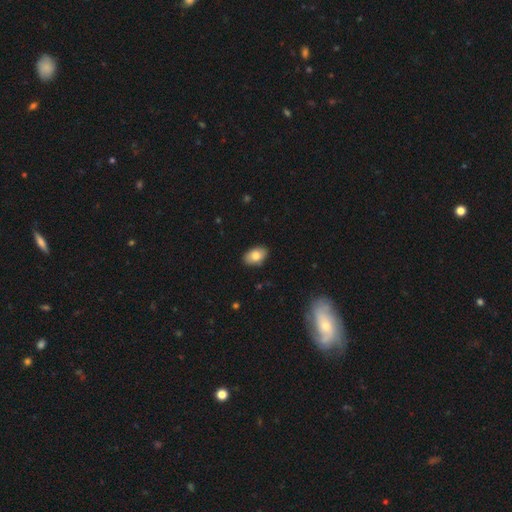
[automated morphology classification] smooth-or-featured: smooth: 80% | featured or disk: 13% | star or artifact: 7%
  how-rounded: in between: 90% | round: 9% | cigar-shaped: 1%
  merging: none: 88% | minor disturbance: 9% | major disturbance: 2% | merger: 1%